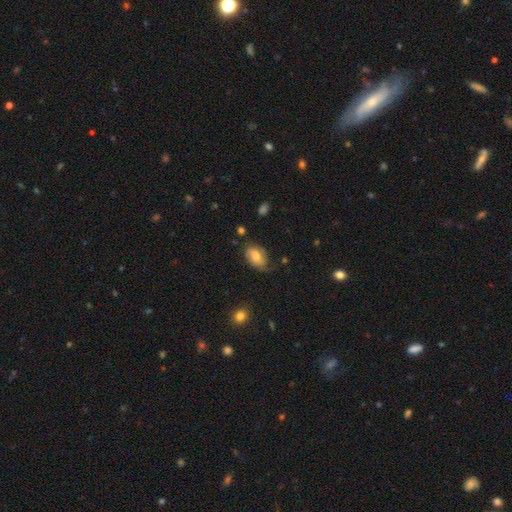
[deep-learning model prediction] smooth_or_featured: smooth (p=0.59) [alt: featured or disk p=0.32]
how_rounded: in between (p=0.88) [alt: round p=0.10]
merging: none (p=0.57) [alt: minor disturbance p=0.31]